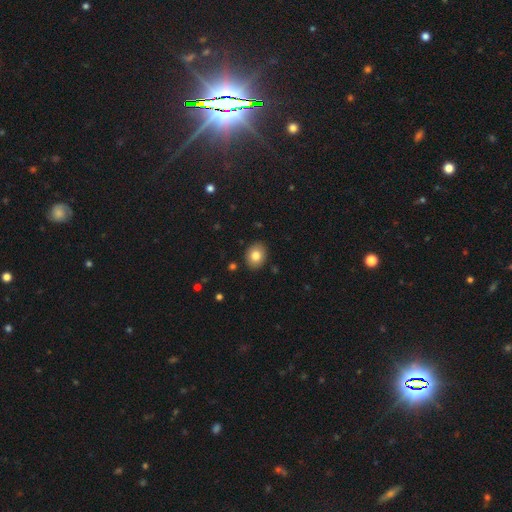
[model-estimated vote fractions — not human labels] smooth_or_featured: smooth (p=0.81) [alt: featured or disk p=0.10]
how_rounded: in between (p=0.50) [alt: round p=0.49]
merging: none (p=0.89) [alt: minor disturbance p=0.08]